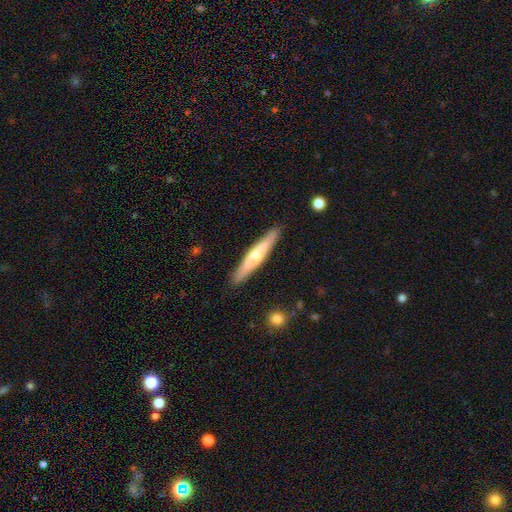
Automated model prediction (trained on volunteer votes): Smooth or featured?
  - smooth: 48% *
  - featured or disk: 46%
  - star or artifact: 5%
Merging?
  - none: 90% *
  - minor disturbance: 8%
  - major disturbance: 2%
  - merger: 1%